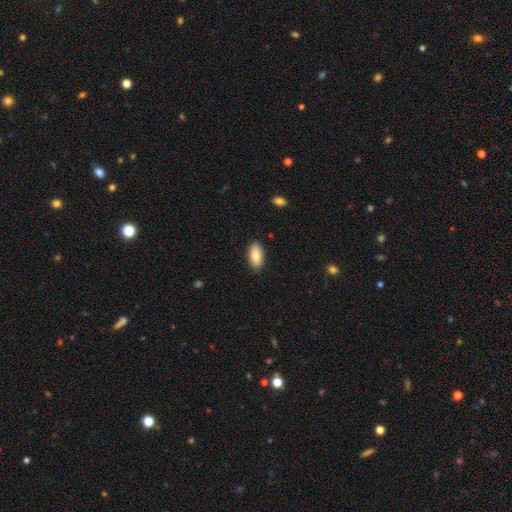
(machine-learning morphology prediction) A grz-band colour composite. It shows a smooth galaxy with no disk features (84%) that is in between round and cigar-shaped (90%). Merging: none (88%).